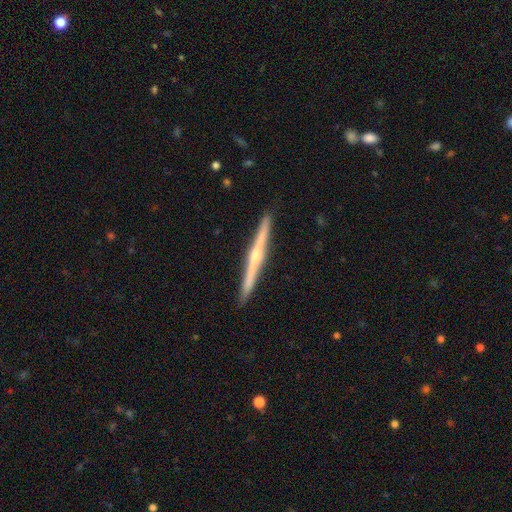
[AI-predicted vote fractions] smooth-or-featured: featured or disk: 77% | smooth: 17% | star or artifact: 5%
  disk-edge-on: yes: 98% | no: 2%
    edge-on-bulge: rounded: 78% | none: 17% | boxy: 5%
  merging: none: 92% | minor disturbance: 6% | merger: 1% | major disturbance: 1%